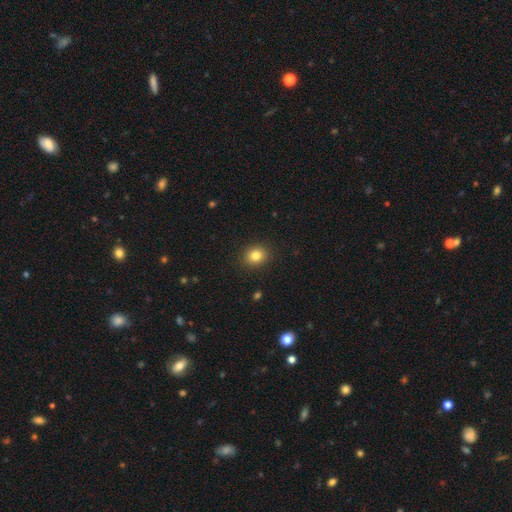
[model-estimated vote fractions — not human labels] Smooth or featured? smooth (82%)
How rounded? round (66%)
Merging? none (90%)